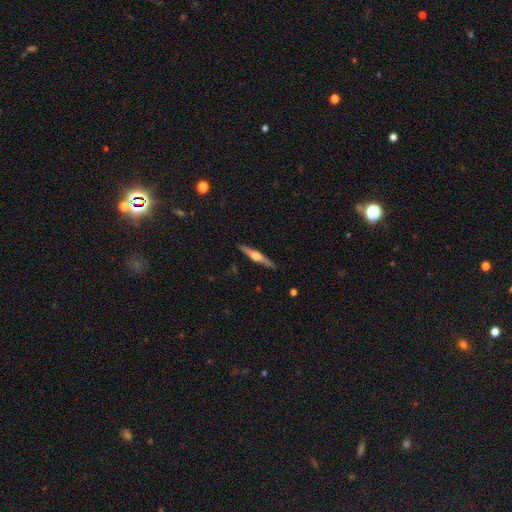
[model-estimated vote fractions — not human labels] smooth_or_featured: featured or disk (p=0.71) [alt: smooth p=0.23]
disk_edge_on: yes (p=0.98) [alt: no p=0.02]
edge_on_bulge: rounded (p=0.90) [alt: boxy p=0.07]
merging: none (p=0.90) [alt: minor disturbance p=0.08]